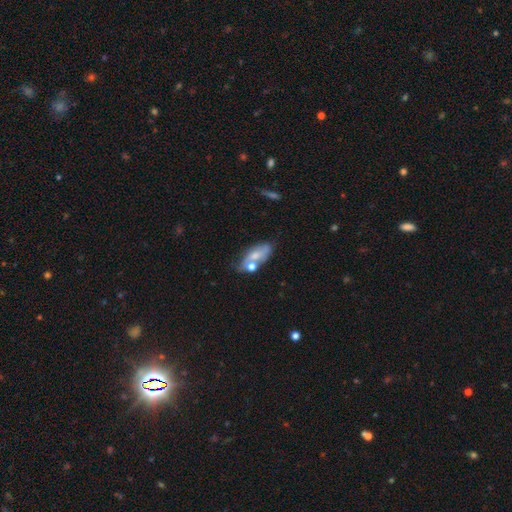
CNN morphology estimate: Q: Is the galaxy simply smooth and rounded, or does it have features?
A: smooth — 57%.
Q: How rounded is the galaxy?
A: in between — 82%.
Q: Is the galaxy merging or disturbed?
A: none — 39%.